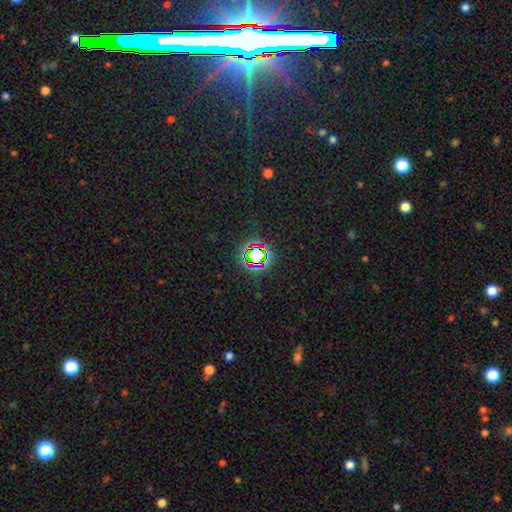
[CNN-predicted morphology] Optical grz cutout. It shows a star or artifact, not a galaxy (71%).